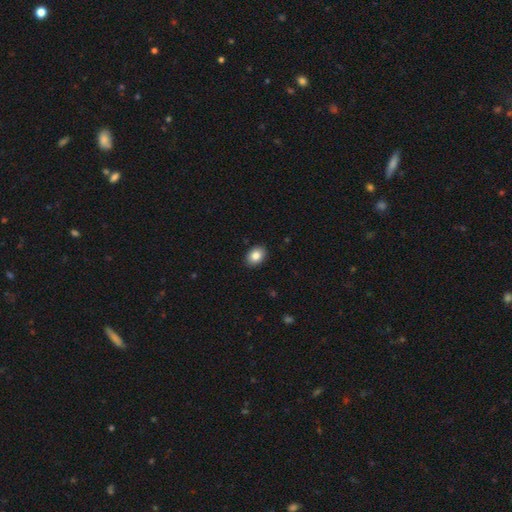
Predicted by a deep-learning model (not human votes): Morphology: type=smooth (85%); roundness=in between (77%); merging=none (90%).